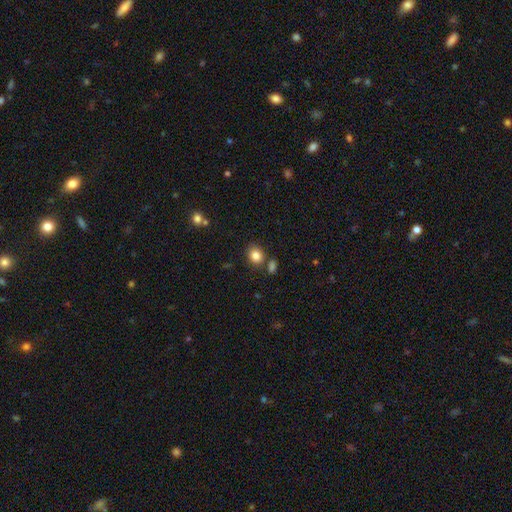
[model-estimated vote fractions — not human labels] A smooth galaxy with no disk features (84%) that is round (61%).

Vote fractions:
- Smooth or featured? smooth: 84% / star or artifact: 10% / featured or disk: 6%
- How rounded? round: 61% / in between: 38% / cigar-shaped: 1%
- Merging? none: 75% / minor disturbance: 11% / merger: 10% / major disturbance: 3%